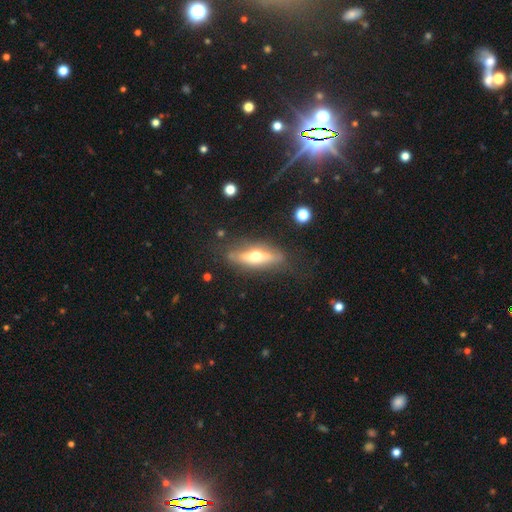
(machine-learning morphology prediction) Smooth or featured?
  - featured or disk: 50% *
  - smooth: 44%
  - star or artifact: 6%
Merging?
  - none: 76% *
  - minor disturbance: 16%
  - major disturbance: 6%
  - merger: 2%